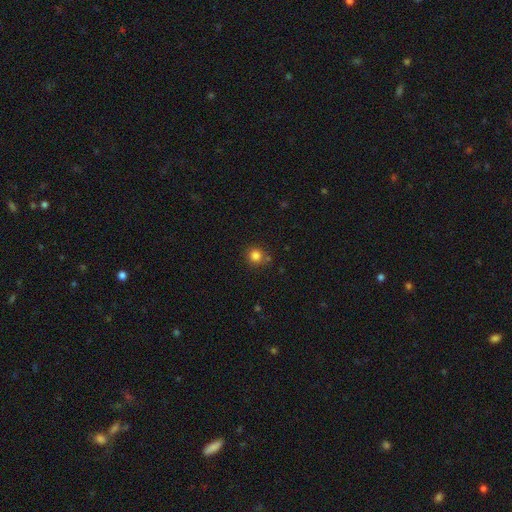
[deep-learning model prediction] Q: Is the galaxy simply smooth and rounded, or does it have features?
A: smooth — 83%.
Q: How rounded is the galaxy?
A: round — 90%.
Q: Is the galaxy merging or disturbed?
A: none — 77%.